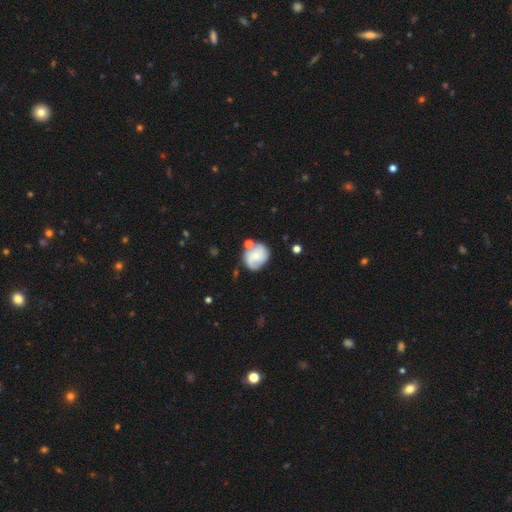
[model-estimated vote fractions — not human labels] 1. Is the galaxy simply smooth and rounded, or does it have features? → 47% smooth, 45% featured or disk, 8% star or artifact.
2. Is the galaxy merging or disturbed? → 55% none, 21% minor disturbance, 17% merger, 7% major disturbance.